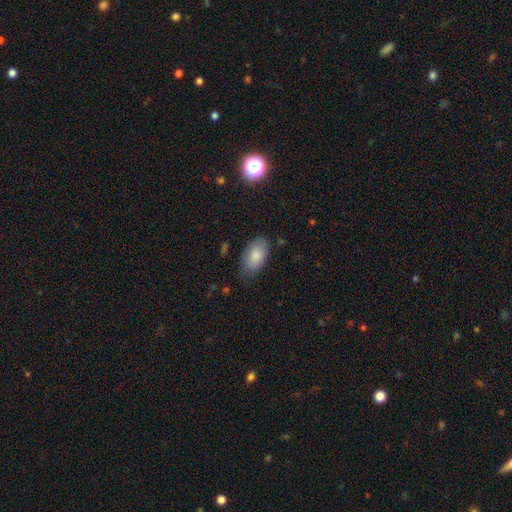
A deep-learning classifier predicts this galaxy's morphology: This is clearly a smooth galaxy (84%). How rounded: clearly in between (94%). Merging: likely none (72%).